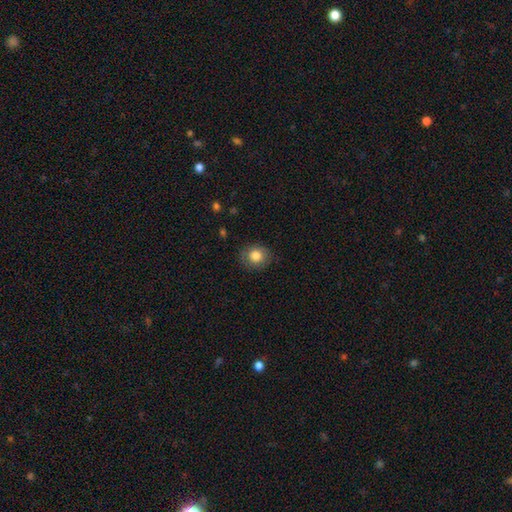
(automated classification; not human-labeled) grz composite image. It shows a smooth galaxy with no disk features (83%) that is round (74%). Merging: none (84%).